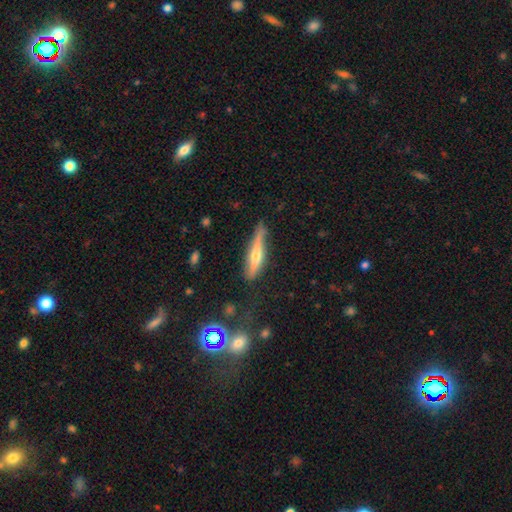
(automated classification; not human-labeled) A featured or disk galaxy (58%) viewed edge-on (90%) with a rounded central bulge (82%).

Vote fractions:
- Smooth or featured? featured or disk: 58% / smooth: 34% / star or artifact: 8%
- Edge-on disk? yes: 90% / no: 10%
- Edge-on bulge? rounded: 82% / none: 10% / boxy: 8%
- Merging? none: 67% / minor disturbance: 24% / major disturbance: 6% / merger: 3%